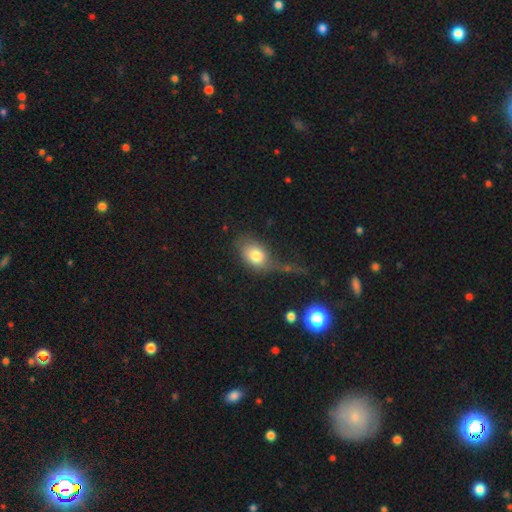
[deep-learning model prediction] smooth_or_featured: smooth (p=0.78) [alt: featured or disk p=0.14]
how_rounded: in between (p=0.75) [alt: round p=0.23]
merging: none (p=0.35) [alt: major disturbance p=0.32]